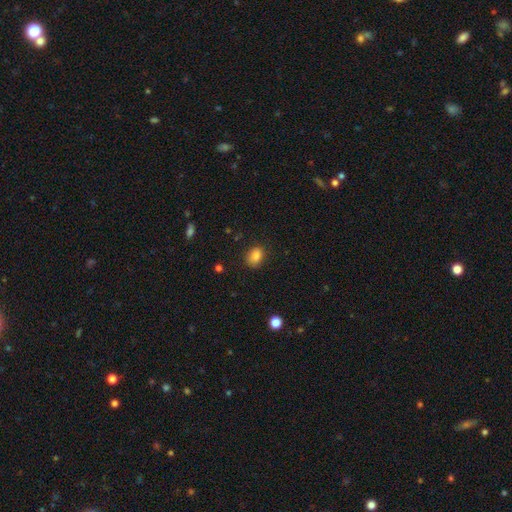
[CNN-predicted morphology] smooth_or_featured: smooth (p=0.85) [alt: star or artifact p=0.10]
how_rounded: in between (p=0.65) [alt: round p=0.34]
merging: none (p=0.83) [alt: minor disturbance p=0.13]